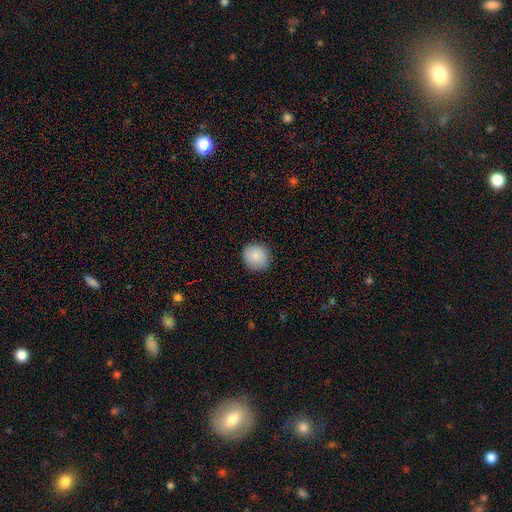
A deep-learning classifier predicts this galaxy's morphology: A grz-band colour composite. It shows a smooth galaxy with no disk features (86%) that is round (87%). Merging: none (87%).